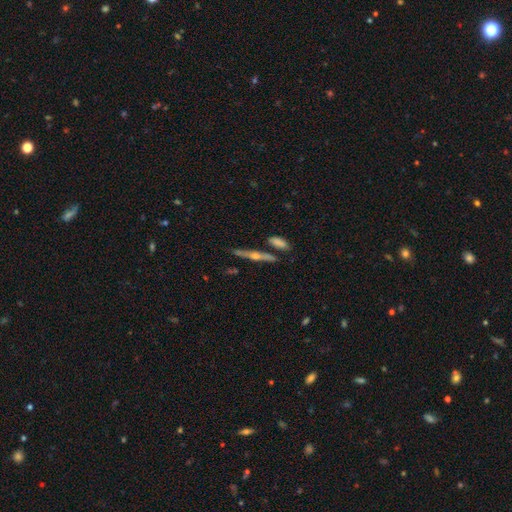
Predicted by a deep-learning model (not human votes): featured or disk 77%, smooth 15%, star or artifact 7%. Down the decision tree: edge-on disk — yes (97%); edge-on bulge — rounded (92%); merging — none (82%).